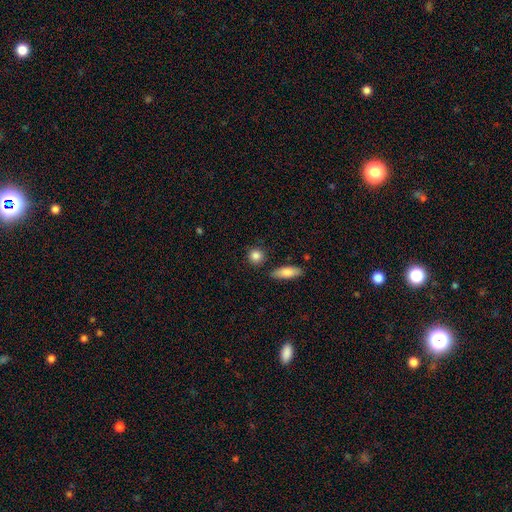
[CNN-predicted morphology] Smooth or featured? smooth (85%)
How rounded? round (85%)
Merging? none (85%)